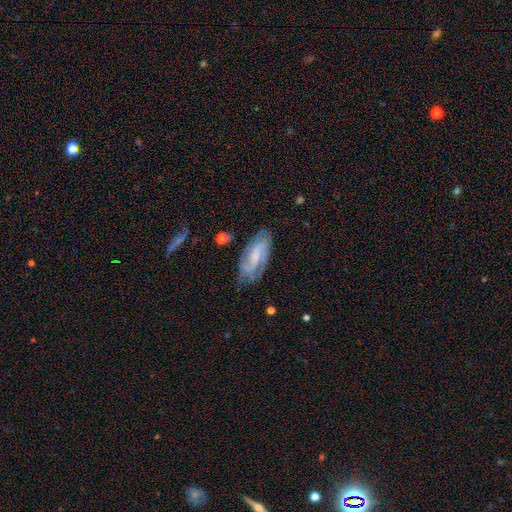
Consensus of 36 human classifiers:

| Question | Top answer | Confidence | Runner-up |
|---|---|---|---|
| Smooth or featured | featured or disk | 86% | smooth (14%) |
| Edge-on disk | no | 100% | — |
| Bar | weak | 42% | no (35%) |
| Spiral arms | yes | 94% | no (6%) |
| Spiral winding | tight | 52% | loose (28%) |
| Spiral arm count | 2 | 59% | can't tell (17%) |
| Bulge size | none | 55% | moderate (23%) |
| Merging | none | 72% | minor disturbance (25%) |